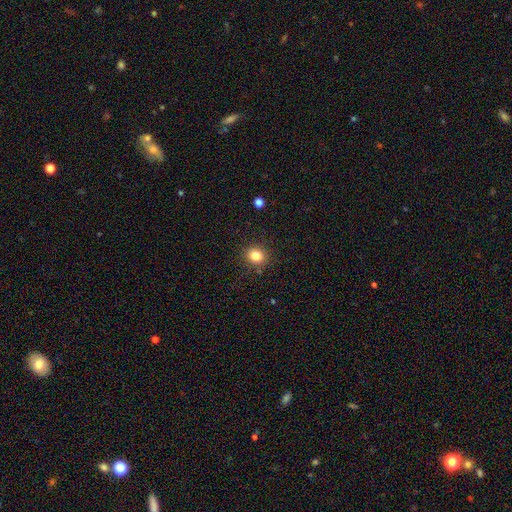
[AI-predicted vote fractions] Smooth or featured?
  - smooth: 83% *
  - star or artifact: 11%
  - featured or disk: 5%
How rounded?
  - round: 69% *
  - in between: 31%
  - cigar-shaped: 1%
Merging?
  - none: 87% *
  - minor disturbance: 8%
  - major disturbance: 3%
  - merger: 2%